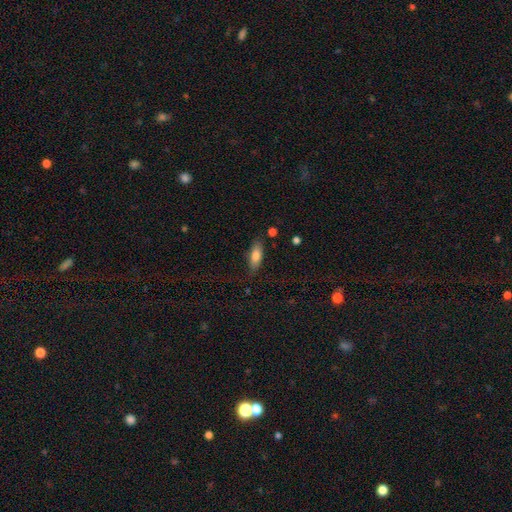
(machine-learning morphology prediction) Smooth or featured? smooth (78%)
How rounded? in between (72%)
Merging? none (75%)